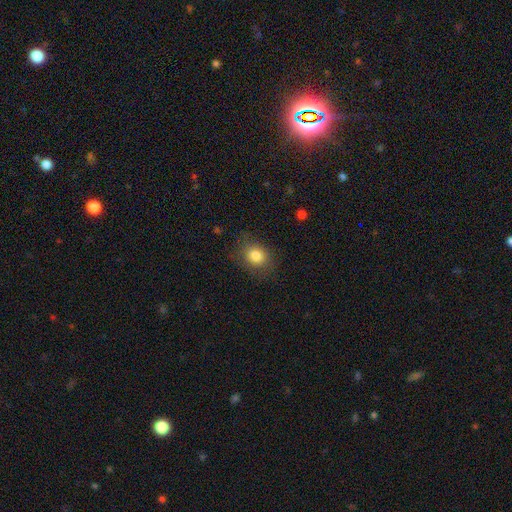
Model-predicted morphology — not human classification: Smooth or featured? Predicted: smooth (p=0.82). How rounded? Predicted: round (p=0.58). Merging? Predicted: none (p=0.78).